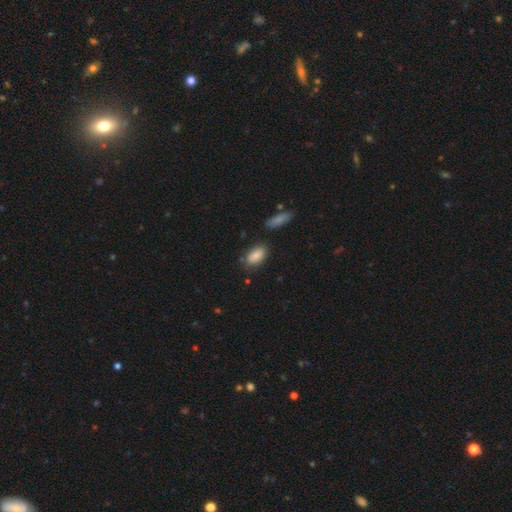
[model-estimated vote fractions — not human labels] smooth-or-featured: smooth: 85% | featured or disk: 8% | star or artifact: 7%
  how-rounded: in between: 91% | round: 4% | cigar-shaped: 4%
  merging: none: 74% | minor disturbance: 16% | merger: 6% | major disturbance: 4%